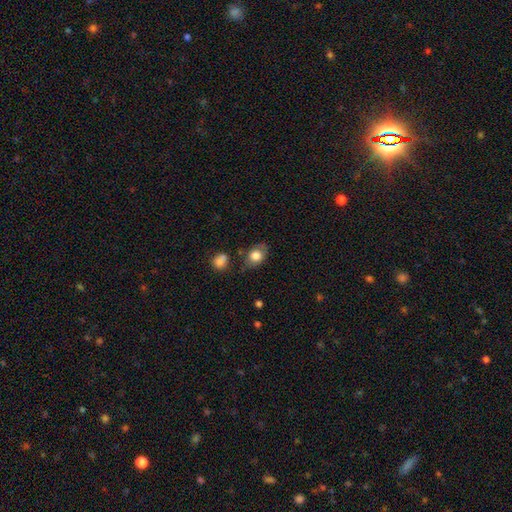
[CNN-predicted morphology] type=smooth (75%); roundness=in between (69%); merging=none (68%).